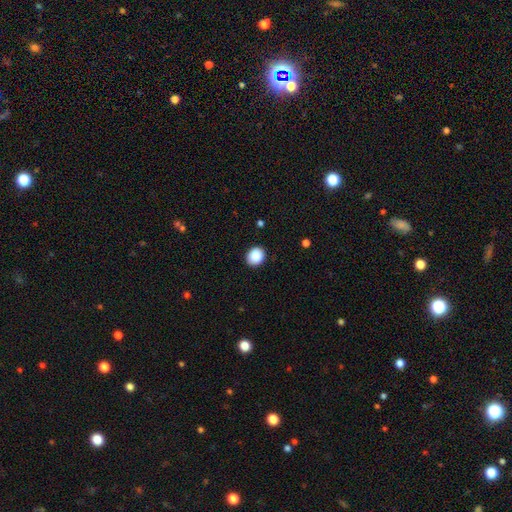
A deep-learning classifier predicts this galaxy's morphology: The model was most divided on "how rounded": round: 69%, in between: 30%, cigar-shaped: 1%. More confident: merging — none (90%); smooth or featured — smooth (89%).